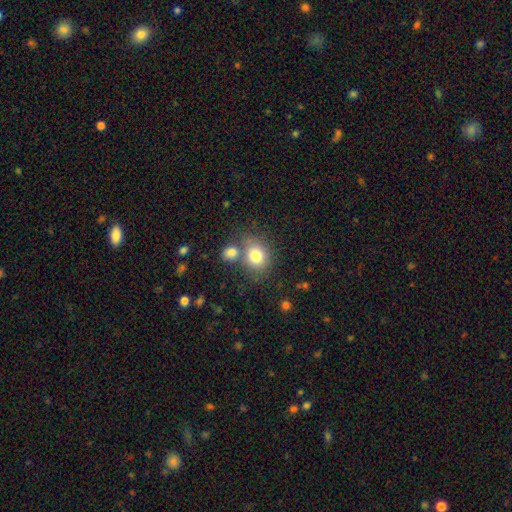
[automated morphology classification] smooth_or_featured: smooth (p=0.79) [alt: featured or disk p=0.11]
how_rounded: round (p=0.66) [alt: in between p=0.33]
merging: none (p=0.58) [alt: merger p=0.25]